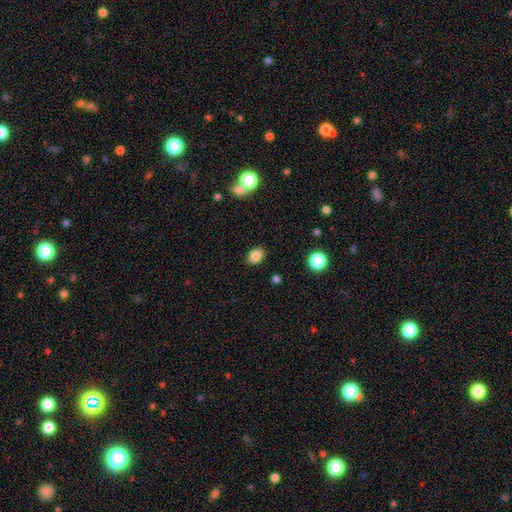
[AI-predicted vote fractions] smooth 84%, star or artifact 10%, featured or disk 6%. Down the decision tree: how rounded — in between (71%); merging — none (86%).